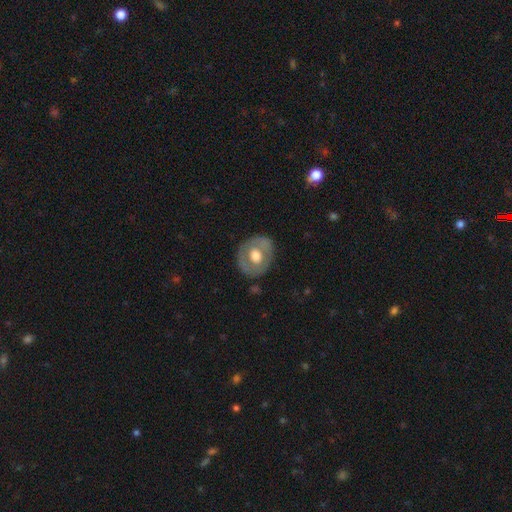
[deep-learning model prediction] smooth_or_featured: smooth (p=0.47) [tied with: featured or disk p=0.47]
merging: none (p=0.80) [alt: minor disturbance p=0.14]